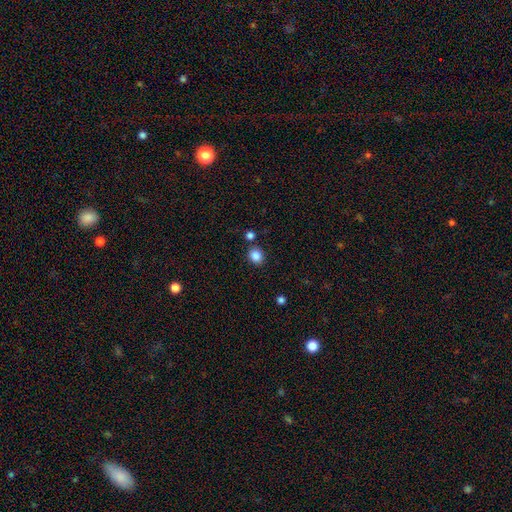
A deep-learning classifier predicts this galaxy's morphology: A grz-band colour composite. It shows a smooth galaxy with no disk features (86%) that is round (76%). Merging: none (83%).